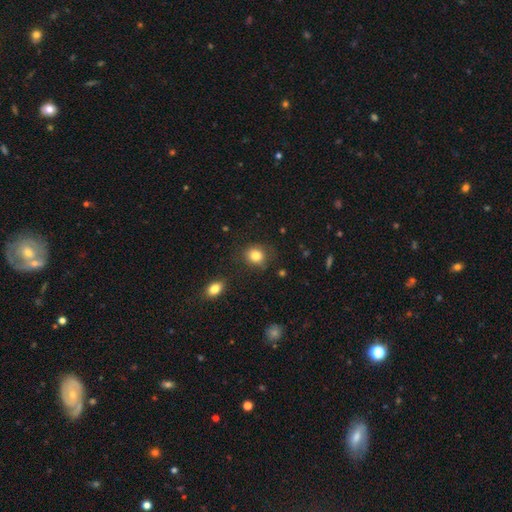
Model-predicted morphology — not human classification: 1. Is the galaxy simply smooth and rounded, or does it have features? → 83% smooth, 10% star or artifact, 7% featured or disk.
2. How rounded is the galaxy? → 70% round, 29% in between, 1% cigar-shaped.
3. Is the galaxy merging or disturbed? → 75% none, 18% minor disturbance, 5% major disturbance, 2% merger.